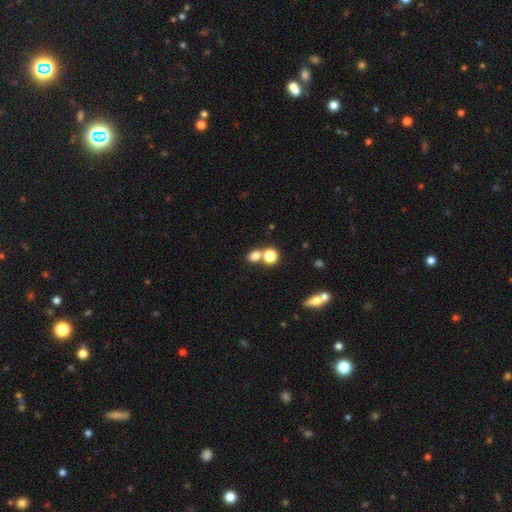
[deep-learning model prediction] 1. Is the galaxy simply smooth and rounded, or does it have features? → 76% smooth, 15% star or artifact, 9% featured or disk.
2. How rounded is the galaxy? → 55% round, 43% in between, 1% cigar-shaped.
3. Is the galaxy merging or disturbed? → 48% none, 40% merger, 8% minor disturbance, 4% major disturbance.